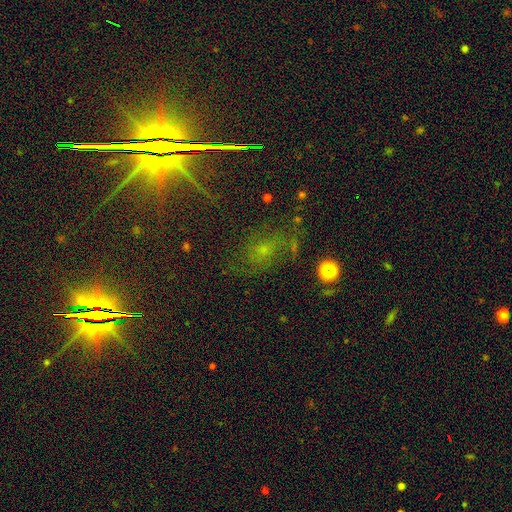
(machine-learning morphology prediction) This is likely a star or artifact rather than a galaxy (65%).